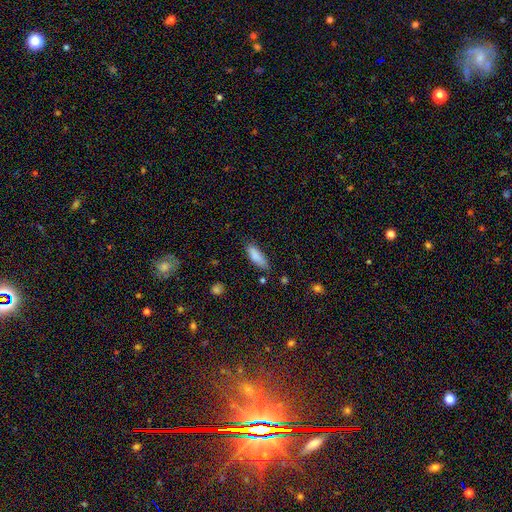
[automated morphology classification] This appears to be a smooth galaxy with no disk features (86%) that is in between round and cigar-shaped (58%). Merging: none (75%).